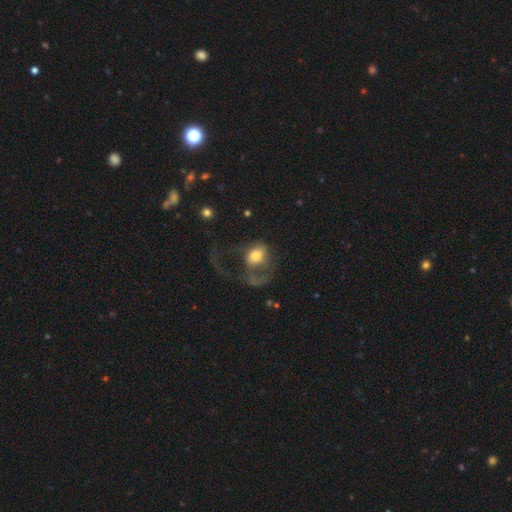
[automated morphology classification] Overall: smooth (56%; featured or disk 35%). How rounded: in between (52%; round 46%). Merging: major disturbance (67%).